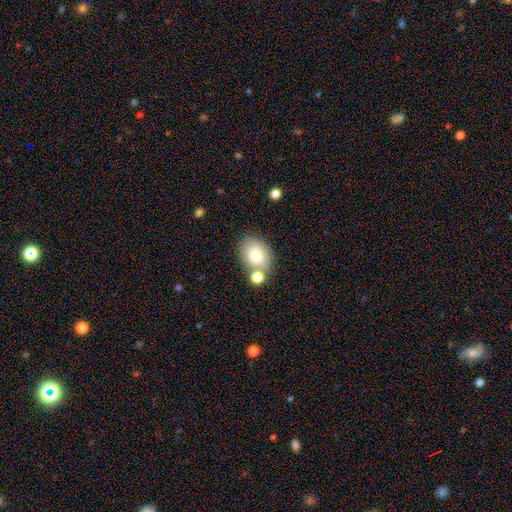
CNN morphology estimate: This appears to be a smooth galaxy with no disk features (79%) that is in between round and cigar-shaped (70%). Merging: none (65%).